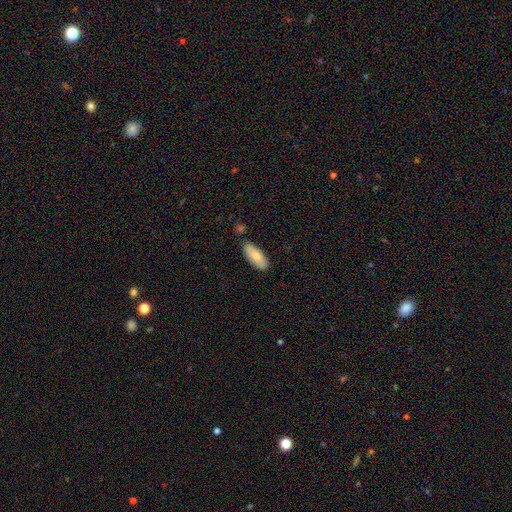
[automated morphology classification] This is likely a smooth galaxy (78%). How rounded: clearly in between (82%). Merging: likely none (77%).